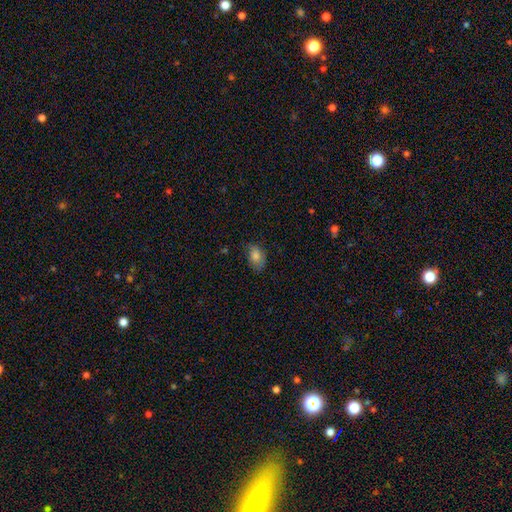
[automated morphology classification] smooth_or_featured: smooth (p=0.79) [alt: featured or disk p=0.12]
how_rounded: in between (p=0.85) [alt: round p=0.13]
merging: none (p=0.64) [alt: minor disturbance p=0.27]